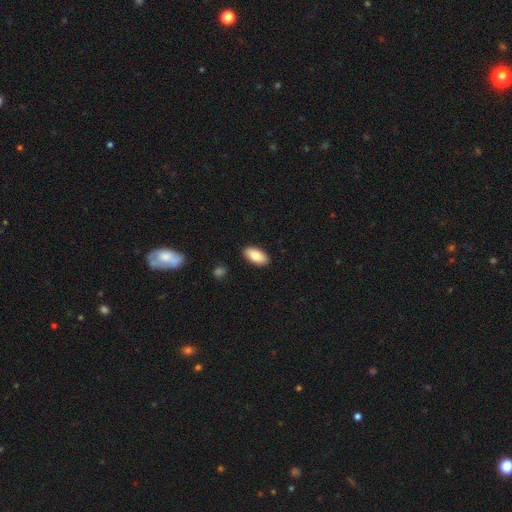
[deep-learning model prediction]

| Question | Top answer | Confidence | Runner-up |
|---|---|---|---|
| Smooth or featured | smooth | 87% | featured or disk (7%) |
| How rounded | in between | 91% | cigar-shaped (7%) |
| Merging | none | 89% | minor disturbance (8%) |